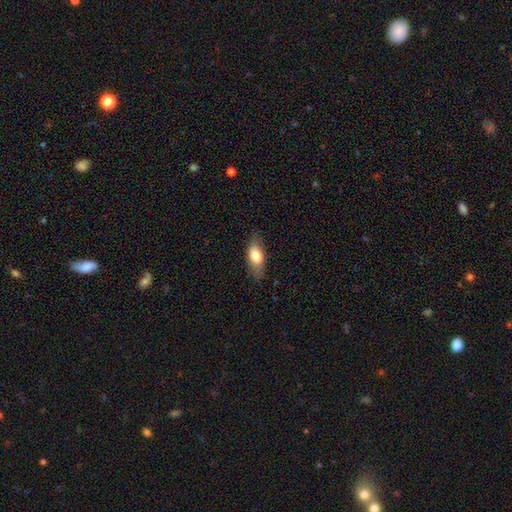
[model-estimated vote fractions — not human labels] This is likely a smooth galaxy (76%). How rounded: clearly in between (82%). Merging: likely none (80%).